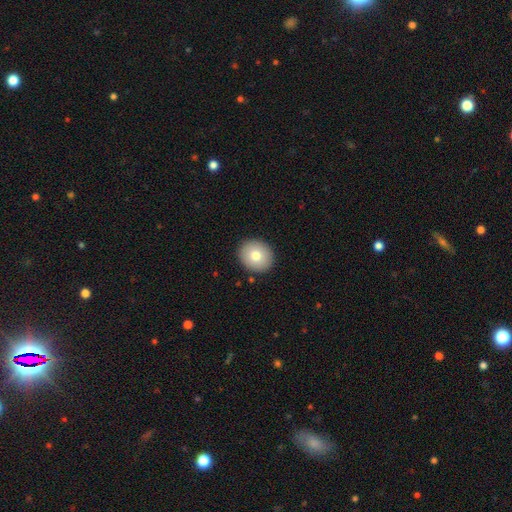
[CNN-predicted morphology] type=smooth (78%); roundness=round (75%); merging=none (90%).